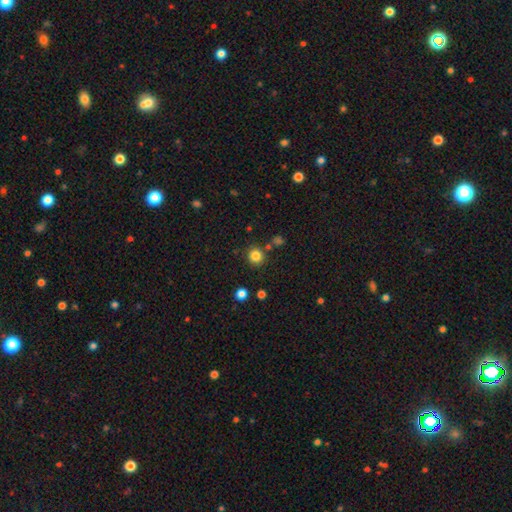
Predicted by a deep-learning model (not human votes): Smooth or featured?
  - smooth: 83% *
  - star or artifact: 12%
  - featured or disk: 5%
How rounded?
  - round: 91% *
  - in between: 8%
  - cigar-shaped: 1%
Merging?
  - none: 85% *
  - minor disturbance: 8%
  - merger: 5%
  - major disturbance: 3%